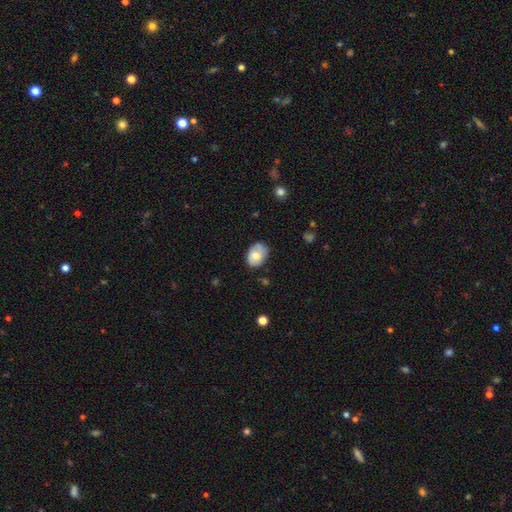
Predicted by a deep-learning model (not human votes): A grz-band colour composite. It shows a smooth galaxy with no disk features (66%) that is in between round and cigar-shaped (76%). Merging: none (63%).